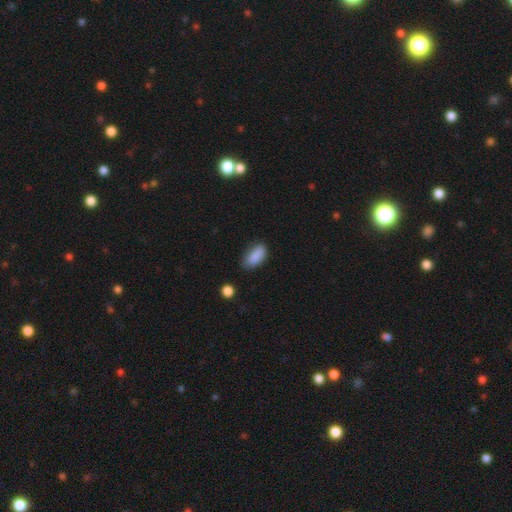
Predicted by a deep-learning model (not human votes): Q: Smooth or featured?
A: smooth (88%); runner-up: star or artifact (8%)
Q: How rounded?
A: in between (89%); runner-up: cigar-shaped (8%)
Q: Merging?
A: none (70%); runner-up: minor disturbance (23%)